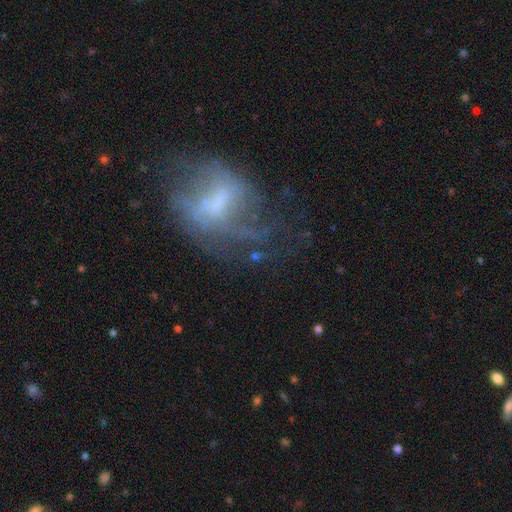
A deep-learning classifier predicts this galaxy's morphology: A featured or disk galaxy (61%) with no bar (47%), no spiral arms (50%, tied with yes) and no central bulge (34%).

Vote fractions:
- Smooth or featured? featured or disk: 61% / smooth: 23% / star or artifact: 17%
- Edge-on disk? no: 94% / yes: 6%
- Bar? no: 47% / weak: 36% / strong: 16%
- Spiral arms? no: 50% (tied) / yes: 50% (tied)
- Bulge size? none: 34% / moderate: 29% / small: 27% / large: 8% / dominant: 2%
- Merging? none: 43% / major disturbance: 31% / minor disturbance: 19% / merger: 7%